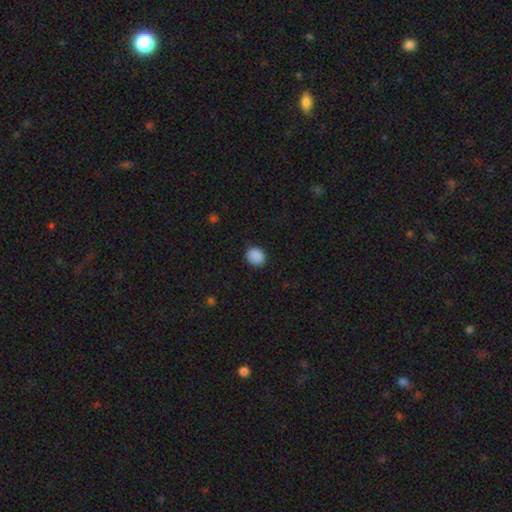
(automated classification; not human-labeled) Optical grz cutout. It shows a smooth galaxy with no disk features (89%) that is round (79%). Merging: none (88%).